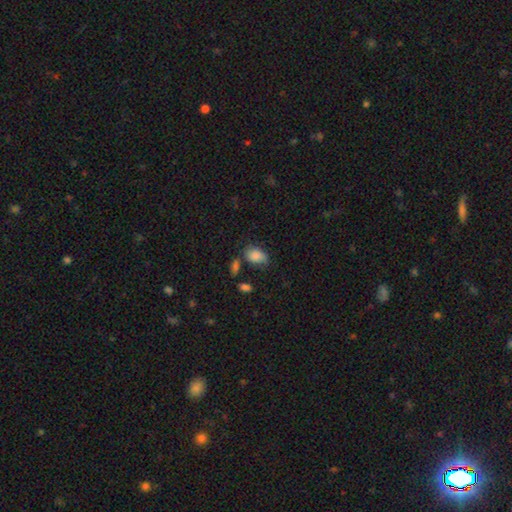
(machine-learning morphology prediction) smooth 84%, star or artifact 8%, featured or disk 8%. Down the decision tree: how rounded — in between (86%); merging — none (56%).